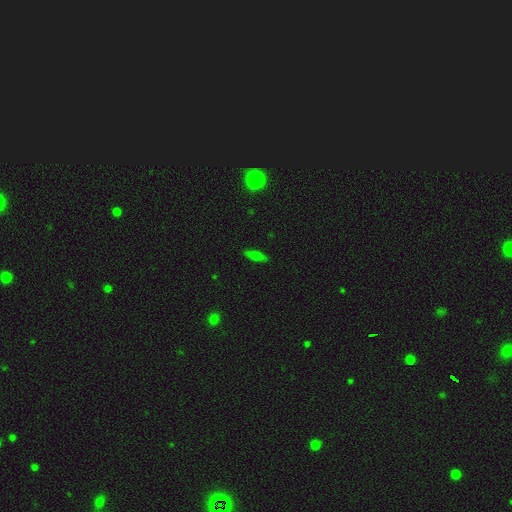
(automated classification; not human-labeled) A smooth galaxy with no disk features (56%) that is in between round and cigar-shaped (48%).

Vote fractions:
- Smooth or featured? smooth: 56% / featured or disk: 31% / star or artifact: 13%
- How rounded? in between: 48% / cigar-shaped: 47% / round: 5%
- Merging? none: 87% / minor disturbance: 10% / major disturbance: 2% / merger: 1%